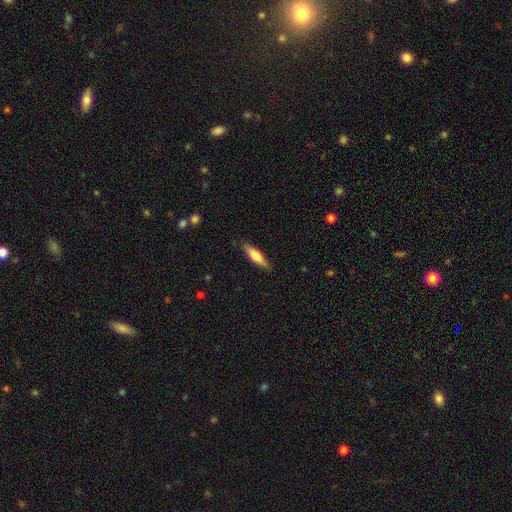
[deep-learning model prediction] This appears to be a smooth galaxy with no disk features (61%) that is cigar-shaped (65%). Merging: none (87%).